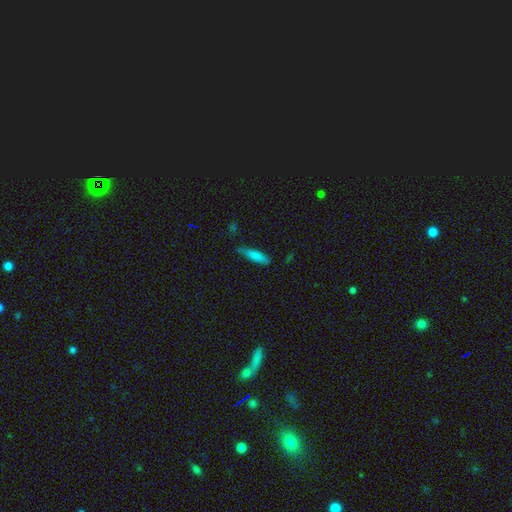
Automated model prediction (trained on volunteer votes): Morphology: type=smooth (81%); roundness=cigar-shaped (72%); merging=none (67%).